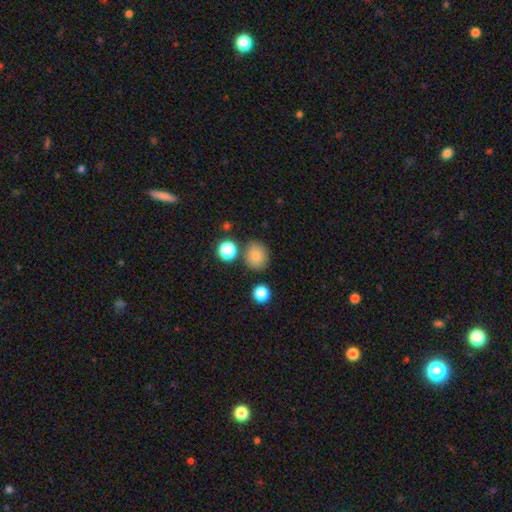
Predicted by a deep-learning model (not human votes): A smooth galaxy with no disk features (79%) that is round (75%).

Vote fractions:
- Smooth or featured? smooth: 79% / star or artifact: 13% / featured or disk: 8%
- How rounded? round: 75% / in between: 24% / cigar-shaped: 1%
- Merging? none: 79% / minor disturbance: 10% / merger: 8% / major disturbance: 3%